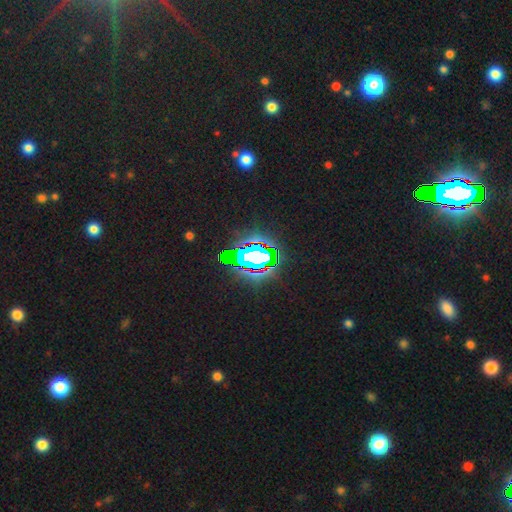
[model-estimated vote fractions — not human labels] Smooth or featured? star or artifact (65%)